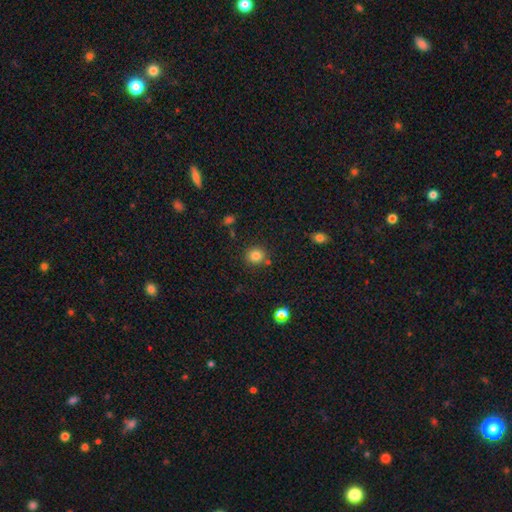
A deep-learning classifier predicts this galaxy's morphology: smooth-or-featured: smooth: 82% | star or artifact: 12% | featured or disk: 6%
  how-rounded: round: 87% | in between: 12% | cigar-shaped: 1%
  merging: none: 82% | minor disturbance: 9% | merger: 7% | major disturbance: 3%